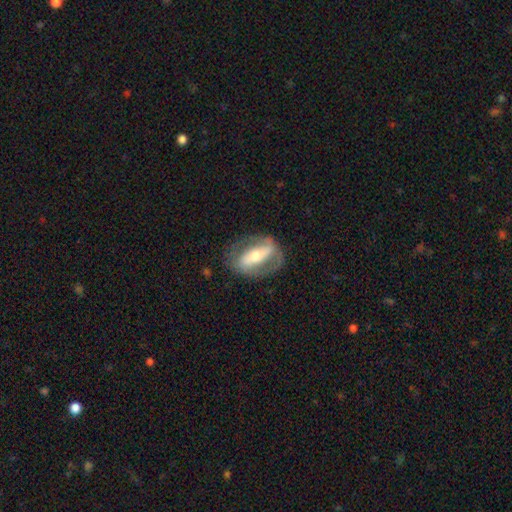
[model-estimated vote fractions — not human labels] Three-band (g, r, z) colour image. It shows a featured or disk galaxy (70%) with a strong bar (67%), no spiral arms (52%) and a moderate central bulge (60%). Merging: none (73%).